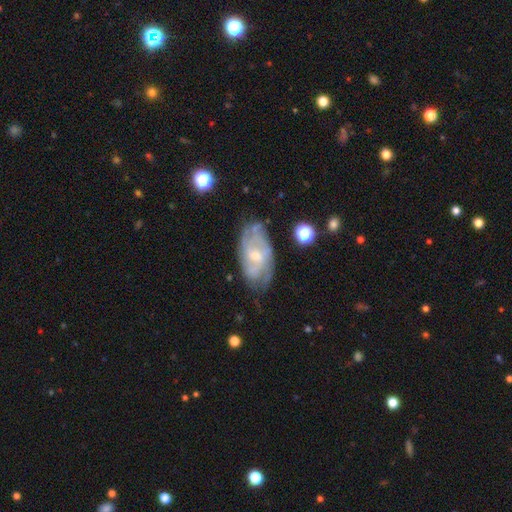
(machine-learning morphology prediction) Smooth or featured? featured or disk (75%)
Edge-on disk? no (94%)
Bar? no (49%)
Spiral arms? yes (84%)
Spiral winding? tight (51%)
Spiral arm count? can't tell (50%)
Bulge size? small (50%)
Merging? none (63%)